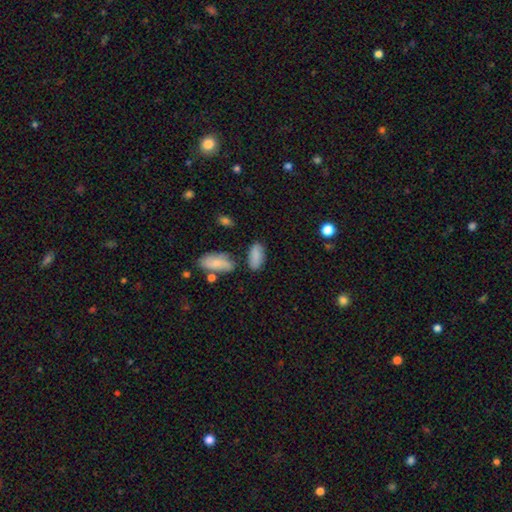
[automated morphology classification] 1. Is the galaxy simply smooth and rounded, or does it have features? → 85% smooth, 8% star or artifact, 7% featured or disk.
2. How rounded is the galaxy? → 90% in between, 8% cigar-shaped, 3% round.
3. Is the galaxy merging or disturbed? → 70% none, 17% minor disturbance, 8% merger, 5% major disturbance.